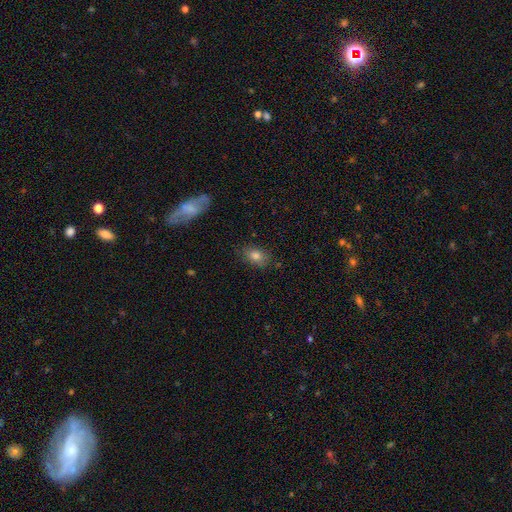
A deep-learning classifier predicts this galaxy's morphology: Q: Smooth or featured?
A: smooth (80%); runner-up: star or artifact (10%)
Q: How rounded?
A: in between (76%); runner-up: round (22%)
Q: Merging?
A: none (81%); runner-up: minor disturbance (14%)